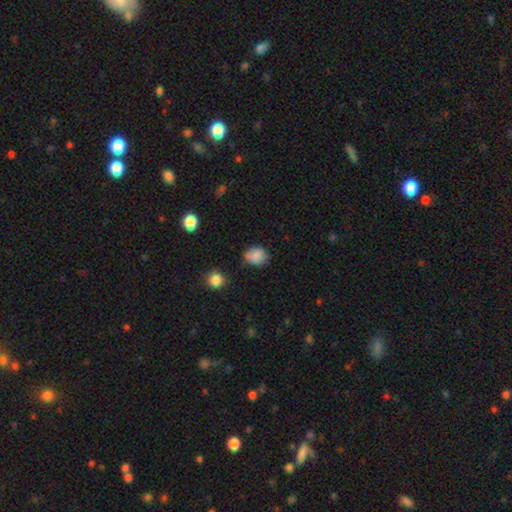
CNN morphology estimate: Q: Smooth or featured?
A: smooth (84%); runner-up: star or artifact (10%)
Q: How rounded?
A: round (61%); runner-up: in between (38%)
Q: Merging?
A: none (65%); runner-up: minor disturbance (26%)